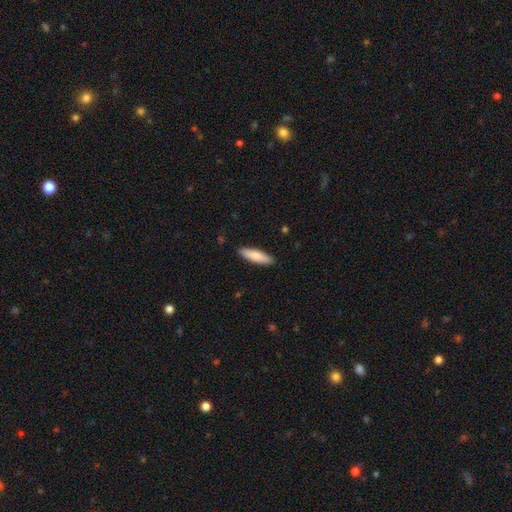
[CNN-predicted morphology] Smooth or featured? Predicted: smooth (p=0.80). How rounded? Predicted: cigar-shaped (p=0.62). Merging? Predicted: none (p=0.90).